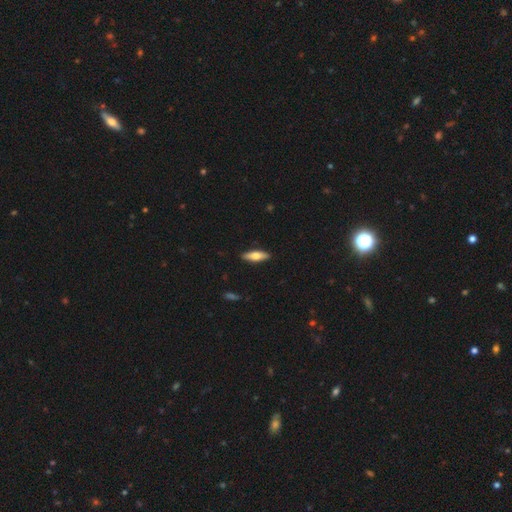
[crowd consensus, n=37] This is likely a smooth galaxy (68%). How rounded: likely in between (60%). Merging: clearly none (86%).